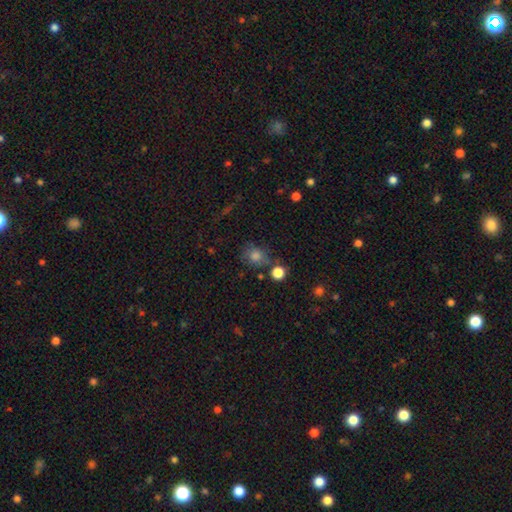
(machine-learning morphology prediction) smooth 73%, star or artifact 16%, featured or disk 11%. Down the decision tree: how rounded — round (75%); merging — none (65%).